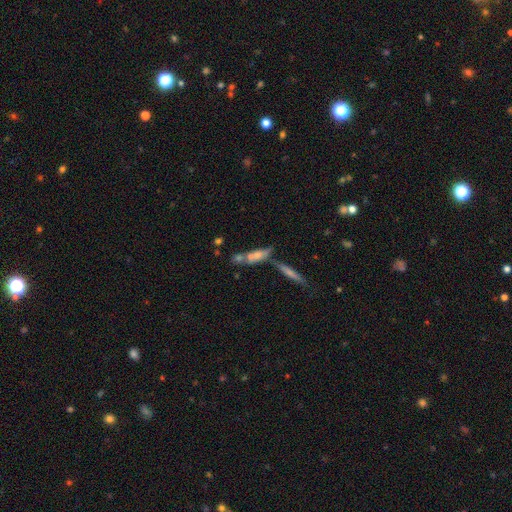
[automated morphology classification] Overall: smooth (53%; featured or disk 37%). How rounded: cigar-shaped (61%; in between 34%). Merging: merger (44%; none 35%).